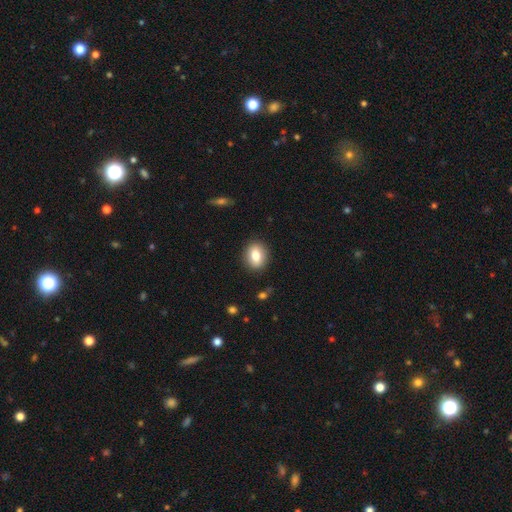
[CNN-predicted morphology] The model was most divided on "how rounded": in between: 50%, round: 48%, cigar-shaped: 1%. More confident: merging — none (89%); smooth or featured — smooth (79%).